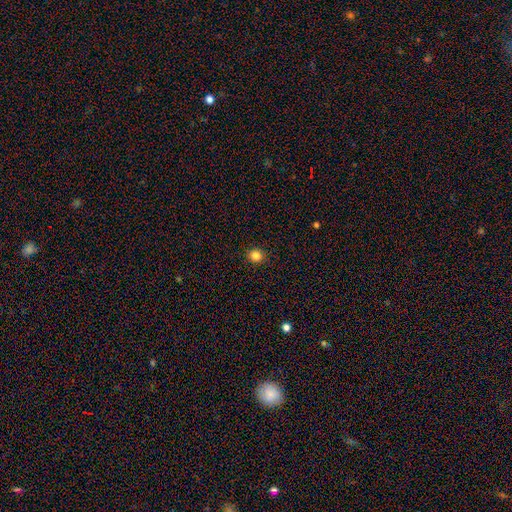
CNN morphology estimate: The model was most divided on "smooth or featured": smooth: 83%, star or artifact: 13%, featured or disk: 4%. More confident: merging — none (92%); how rounded — round (90%).